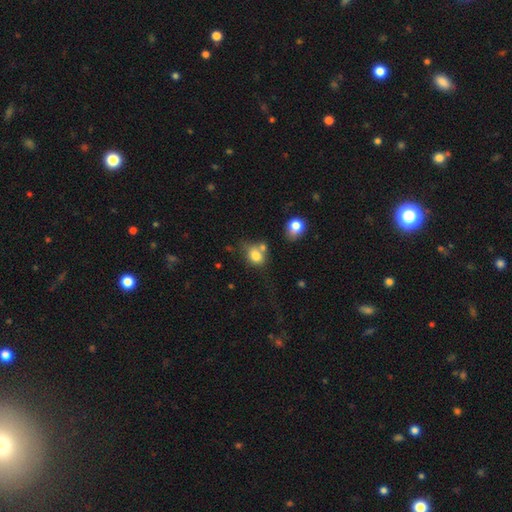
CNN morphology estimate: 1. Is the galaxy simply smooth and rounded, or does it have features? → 79% smooth, 11% star or artifact, 10% featured or disk.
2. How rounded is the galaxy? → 53% in between, 46% round, 1% cigar-shaped.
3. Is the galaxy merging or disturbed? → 44% none, 26% merger, 20% minor disturbance, 10% major disturbance.